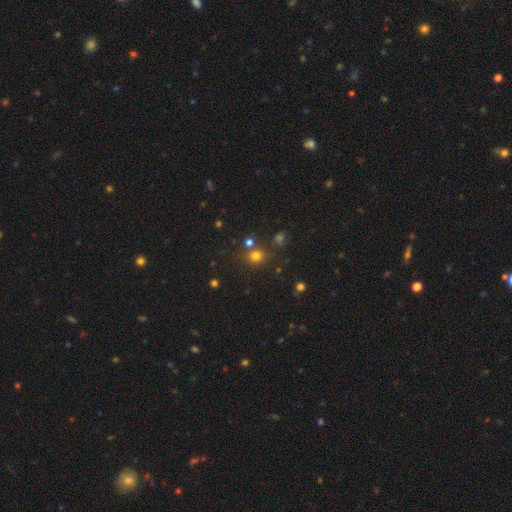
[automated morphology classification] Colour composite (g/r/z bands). It shows a smooth galaxy with no disk features (73%) that is round (82%). Merging: none (71%).